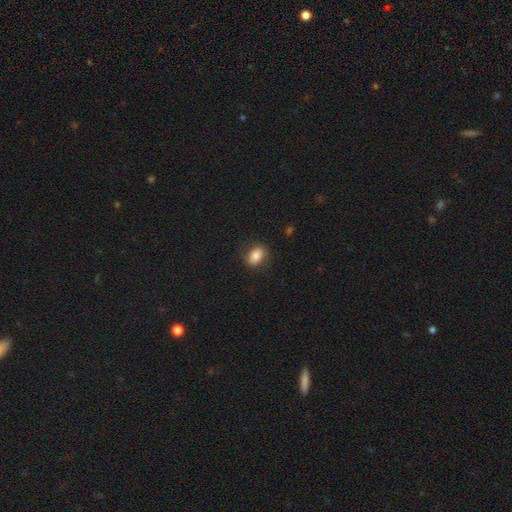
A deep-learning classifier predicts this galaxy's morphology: Smooth or featured?
  - smooth: 82% *
  - featured or disk: 9%
  - star or artifact: 8%
How rounded?
  - in between: 82% *
  - round: 17%
  - cigar-shaped: 2%
Merging?
  - none: 83% *
  - minor disturbance: 13%
  - major disturbance: 4%
  - merger: 1%